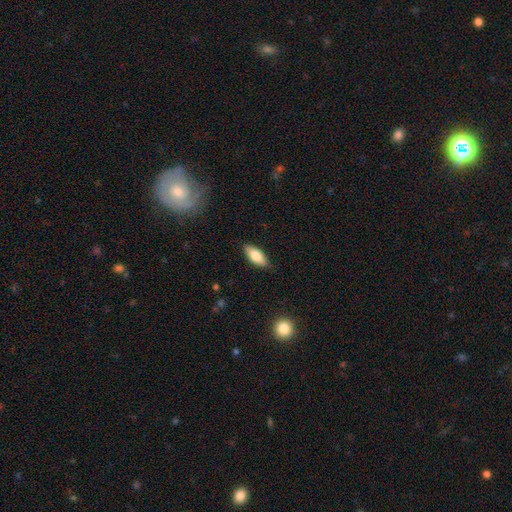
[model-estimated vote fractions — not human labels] smooth_or_featured: smooth (p=0.78) [alt: featured or disk p=0.16]
how_rounded: in between (p=0.83) [alt: cigar-shaped p=0.15]
merging: none (p=0.87) [alt: minor disturbance p=0.10]